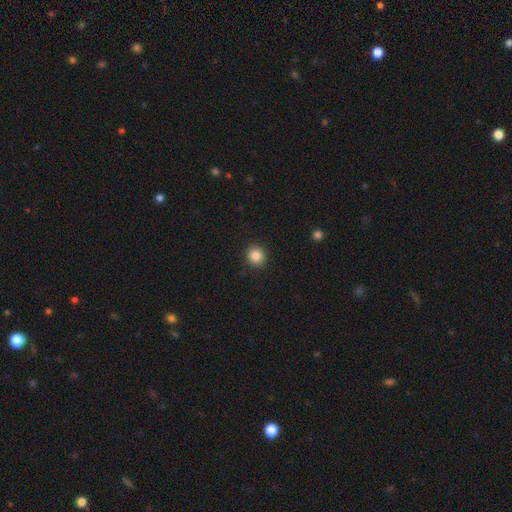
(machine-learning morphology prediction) This is clearly a smooth galaxy (85%). How rounded: clearly round (89%). Merging: clearly none (92%).